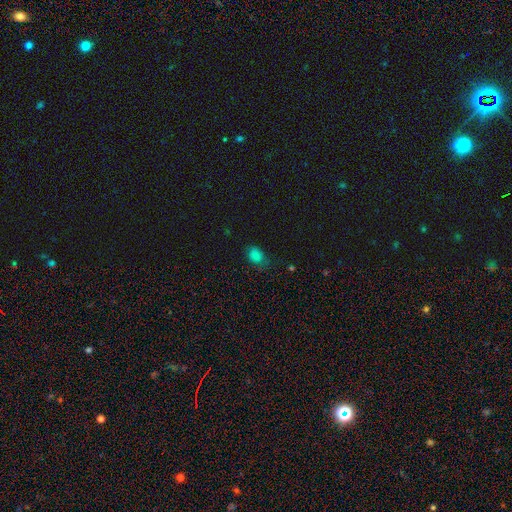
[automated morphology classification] Smooth or featured? smooth (79%)
How rounded? in between (69%)
Merging? none (61%)